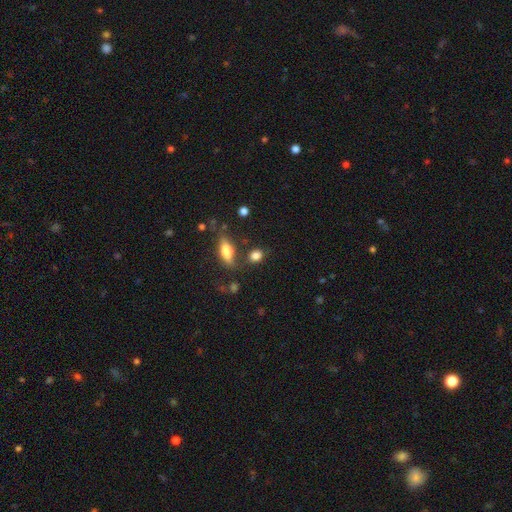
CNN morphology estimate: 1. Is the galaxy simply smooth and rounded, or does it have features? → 81% smooth, 11% star or artifact, 8% featured or disk.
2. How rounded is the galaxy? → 49% round, 47% in between, 4% cigar-shaped.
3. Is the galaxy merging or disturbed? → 71% none, 15% minor disturbance, 9% merger, 5% major disturbance.